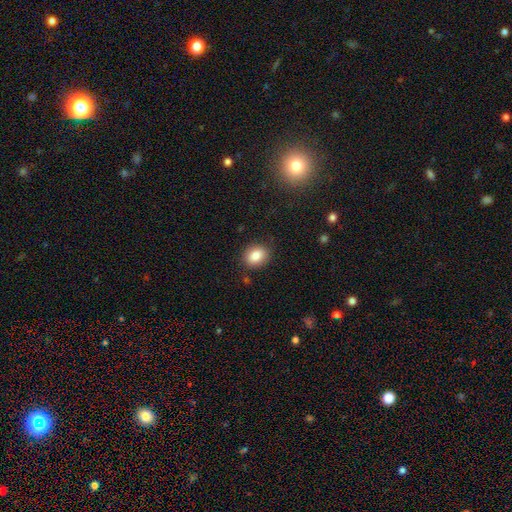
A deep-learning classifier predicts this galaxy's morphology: smooth-or-featured: smooth: 84% | star or artifact: 9% | featured or disk: 7%
  how-rounded: in between: 53% | round: 46% | cigar-shaped: 1%
  merging: none: 86% | minor disturbance: 10% | major disturbance: 3% | merger: 2%